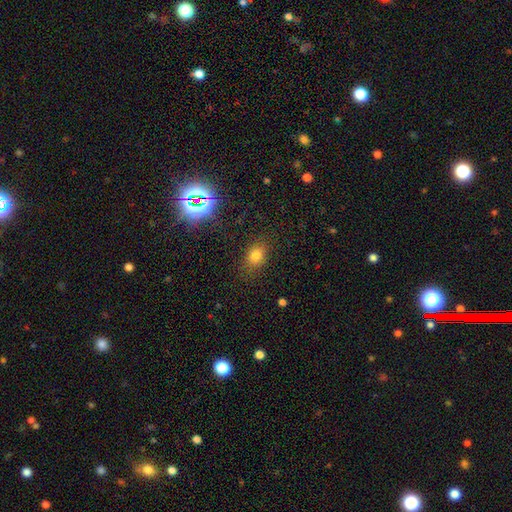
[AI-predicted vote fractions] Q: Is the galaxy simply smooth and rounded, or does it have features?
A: smooth — 74%.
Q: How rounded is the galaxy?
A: in between — 64%.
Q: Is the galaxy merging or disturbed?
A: none — 81%.